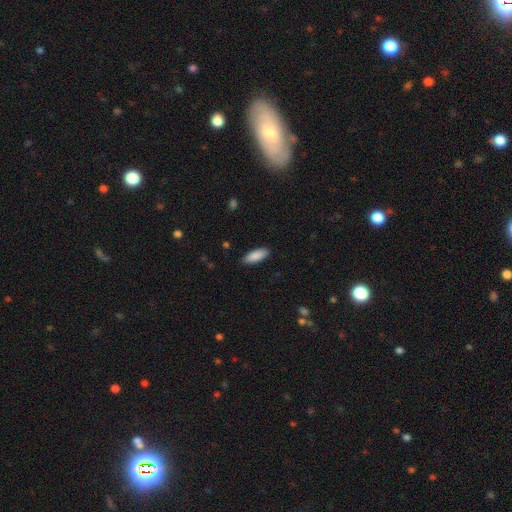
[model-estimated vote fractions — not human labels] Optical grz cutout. It shows a smooth galaxy with no disk features (88%) that is in between round and cigar-shaped (70%). Merging: none (88%).